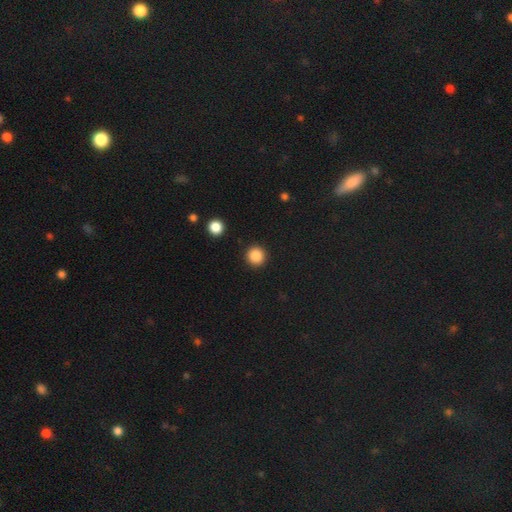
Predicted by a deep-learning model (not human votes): This appears to be a smooth galaxy with no disk features (87%) that is round (95%). Merging: none (92%).